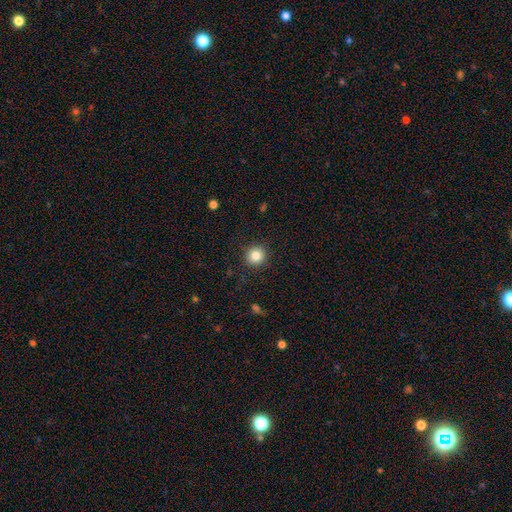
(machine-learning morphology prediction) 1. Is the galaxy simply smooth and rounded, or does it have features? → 84% smooth, 11% star or artifact, 6% featured or disk.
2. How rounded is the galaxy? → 94% round, 5% in between, 1% cigar-shaped.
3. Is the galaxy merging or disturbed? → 91% none, 6% minor disturbance, 2% major disturbance, 1% merger.